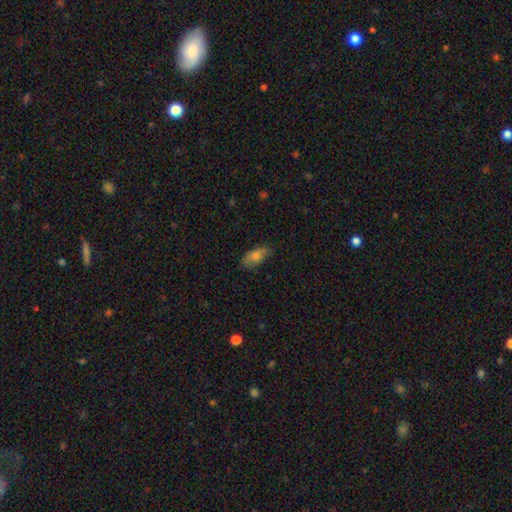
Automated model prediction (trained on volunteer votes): Smooth or featured? Predicted: smooth (p=0.72). How rounded? Predicted: in between (p=0.83). Merging? Predicted: none (p=0.79).